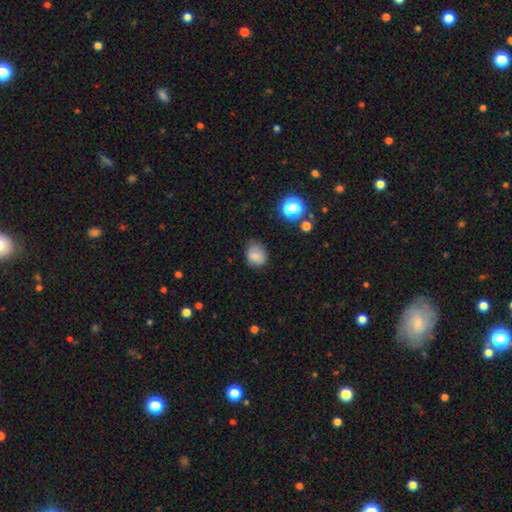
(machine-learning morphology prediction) Smooth or featured? smooth (81%)
How rounded? round (57%)
Merging? none (66%)